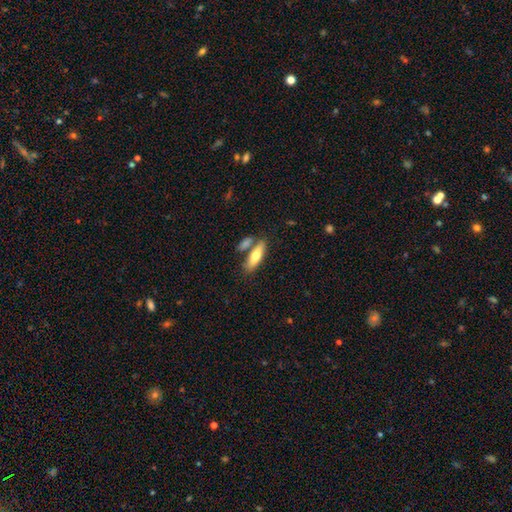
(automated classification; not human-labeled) This appears to be a smooth galaxy with no disk features (72%) that is in between round and cigar-shaped (51%). Merging: none (63%).